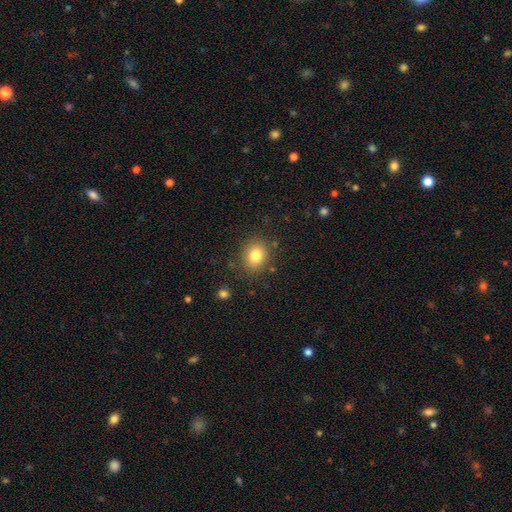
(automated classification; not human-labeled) The model was most divided on "how rounded": round: 54%, in between: 45%, cigar-shaped: 1%. More confident: merging — none (84%); smooth or featured — smooth (81%).